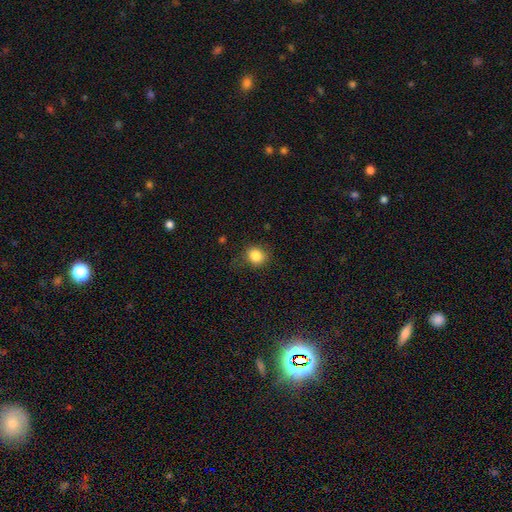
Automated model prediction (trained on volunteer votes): Q: Smooth or featured?
A: smooth (84%); runner-up: star or artifact (11%)
Q: How rounded?
A: round (76%); runner-up: in between (23%)
Q: Merging?
A: none (76%); runner-up: minor disturbance (17%)